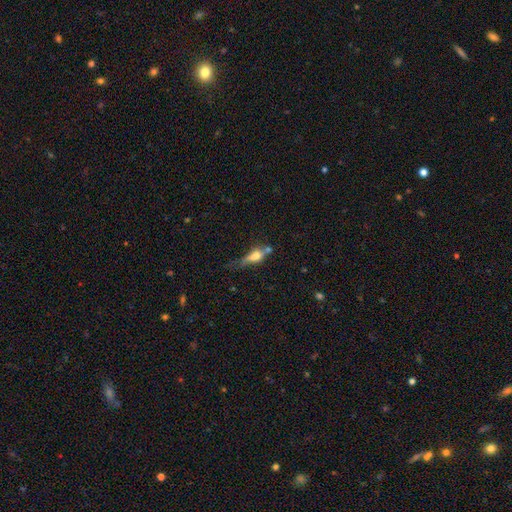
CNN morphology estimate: Smooth or featured? smooth (49%)
Merging? none (31%)